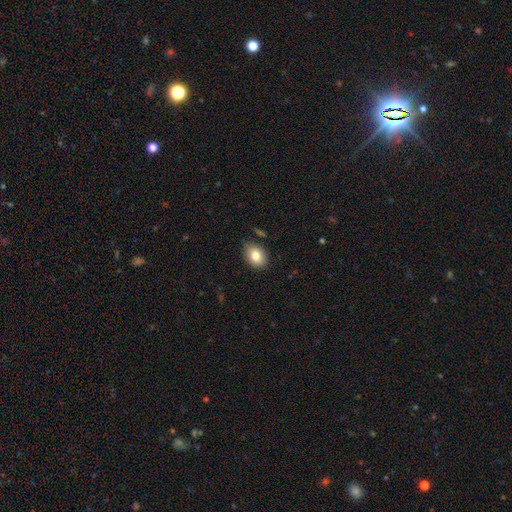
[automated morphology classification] Q: Smooth or featured?
A: smooth (82%); runner-up: featured or disk (10%)
Q: How rounded?
A: in between (74%); runner-up: round (25%)
Q: Merging?
A: none (81%); runner-up: minor disturbance (15%)